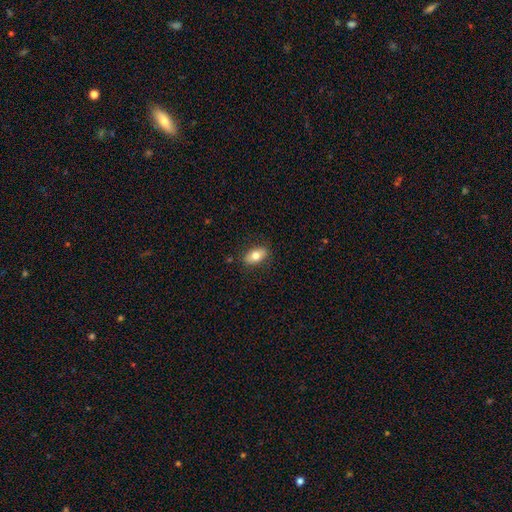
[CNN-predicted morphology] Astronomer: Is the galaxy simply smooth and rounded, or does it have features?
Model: smooth — 77%.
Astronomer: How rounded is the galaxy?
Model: in between — 90%.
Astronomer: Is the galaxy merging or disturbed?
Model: none — 86%.